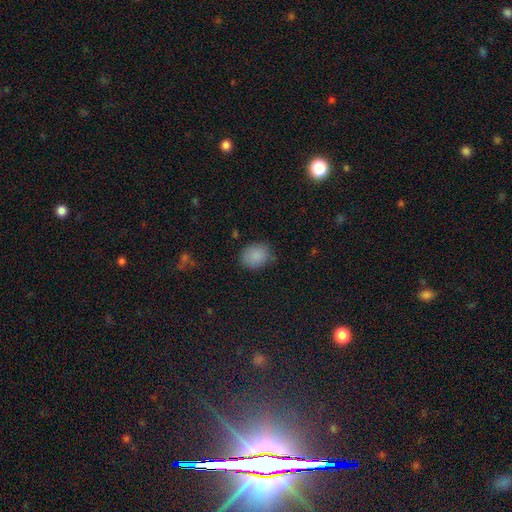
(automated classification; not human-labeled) Smooth or featured? smooth (87%)
How rounded? round (54%)
Merging? none (75%)